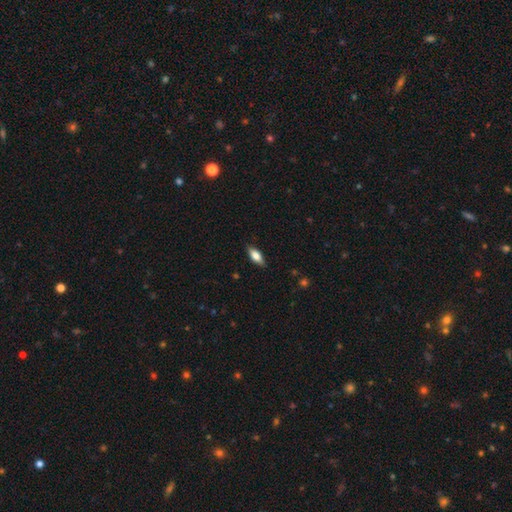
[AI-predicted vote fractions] Smooth or featured? Predicted: smooth (p=0.71). How rounded? Predicted: in between (p=0.77). Merging? Predicted: none (p=0.86).